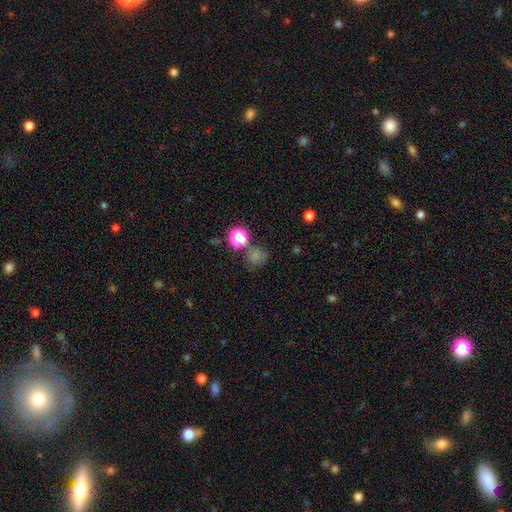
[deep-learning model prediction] This is likely a smooth galaxy (68%). How rounded: clearly round (83%). Merging: likely none (67%).